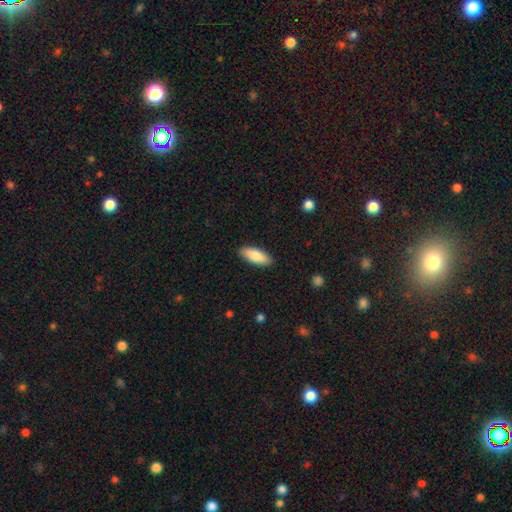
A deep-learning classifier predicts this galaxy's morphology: smooth-or-featured: smooth: 85% | featured or disk: 10% | star or artifact: 5%
  how-rounded: in between: 76% | cigar-shaped: 22% | round: 2%
  merging: none: 89% | minor disturbance: 8% | major disturbance: 2% | merger: 1%